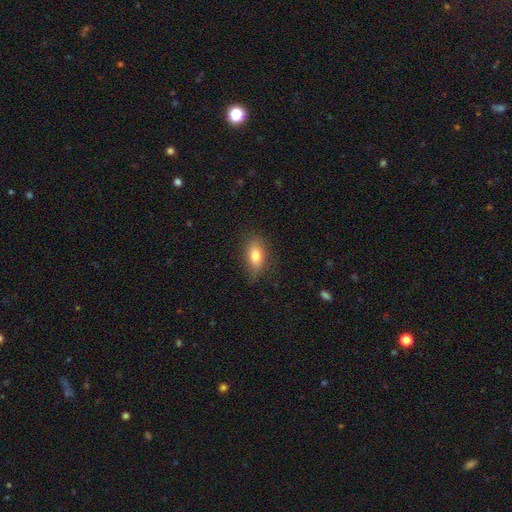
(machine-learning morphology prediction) Smooth or featured? Predicted: smooth (p=0.77). How rounded? Predicted: in between (p=0.83). Merging? Predicted: none (p=0.74).